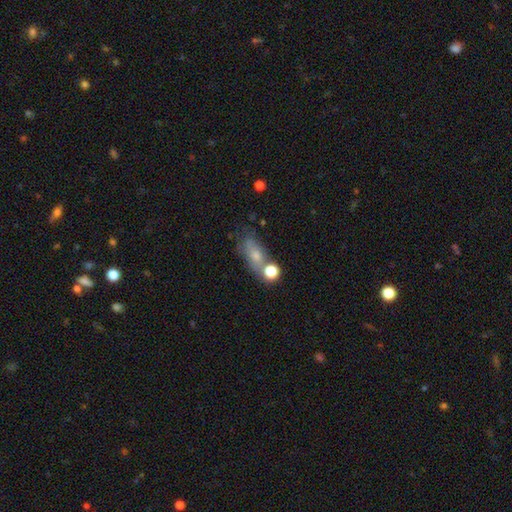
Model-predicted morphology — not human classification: Smooth or featured? Predicted: smooth (p=0.63). How rounded? Predicted: in between (p=0.66). Merging? Predicted: none (p=0.41).